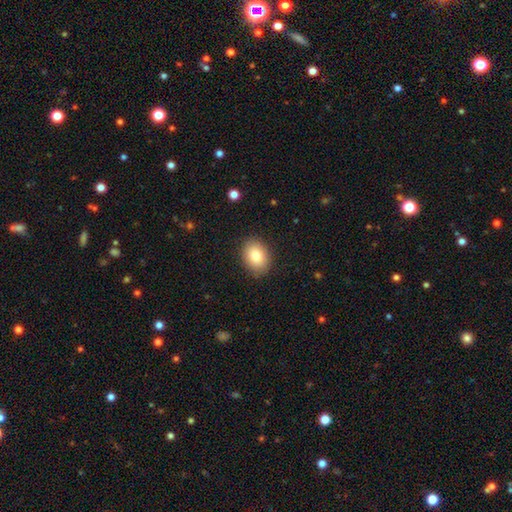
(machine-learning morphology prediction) A smooth galaxy with no disk features (84%) that is in between round and cigar-shaped (71%).

Vote fractions:
- Smooth or featured? smooth: 84% / featured or disk: 9% / star or artifact: 8%
- How rounded? in between: 71% / round: 28% / cigar-shaped: 1%
- Merging? none: 87% / minor disturbance: 10% / major disturbance: 2% / merger: 1%